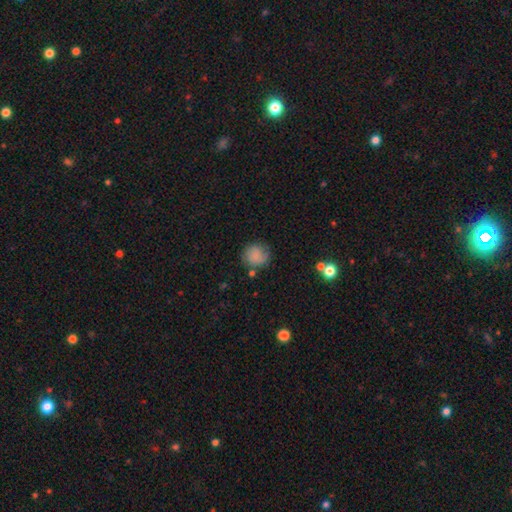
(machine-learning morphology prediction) Overall: smooth (76%). How rounded: round (86%). Merging: none (68%).